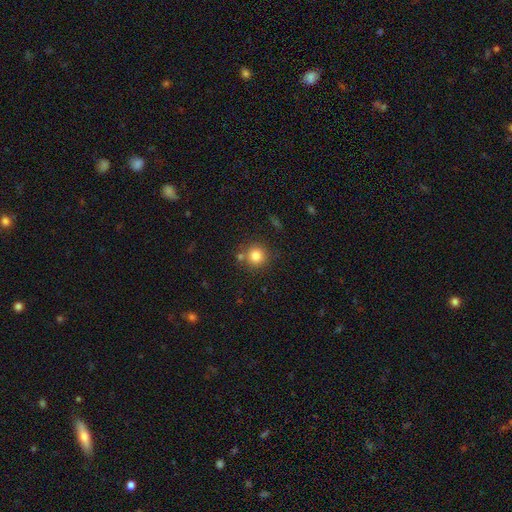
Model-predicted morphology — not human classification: Smooth or featured?
  - smooth: 81% *
  - star or artifact: 11%
  - featured or disk: 7%
How rounded?
  - round: 93% *
  - in between: 6%
  - cigar-shaped: 1%
Merging?
  - none: 77% *
  - merger: 11%
  - minor disturbance: 9%
  - major disturbance: 3%